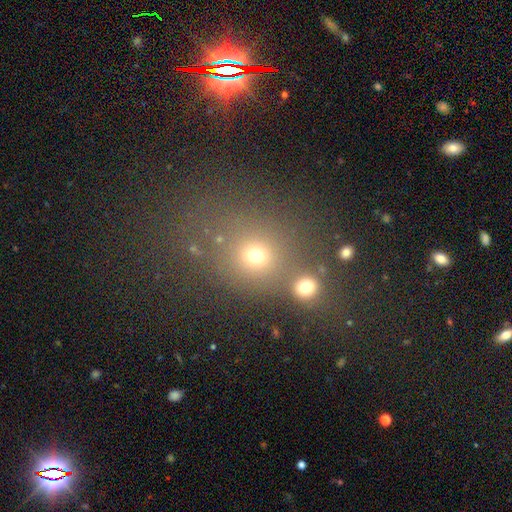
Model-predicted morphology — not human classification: smooth 68%, star or artifact 22%, featured or disk 10%. Down the decision tree: how rounded — round (77%); merging — none (61%).